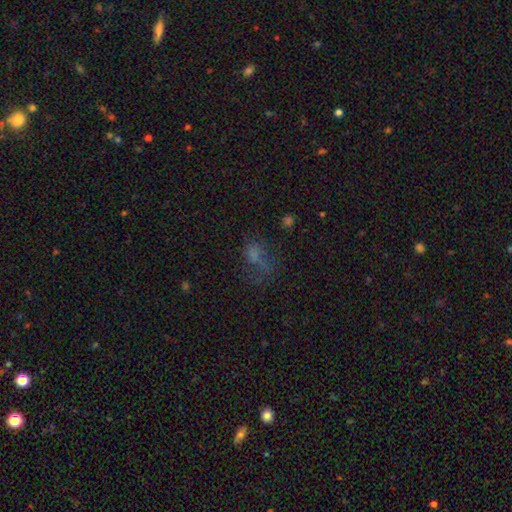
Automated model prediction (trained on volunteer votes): Overall: smooth (54%; star or artifact 27%). How rounded: in between (70%). Merging: major disturbance (37%; none 34%).